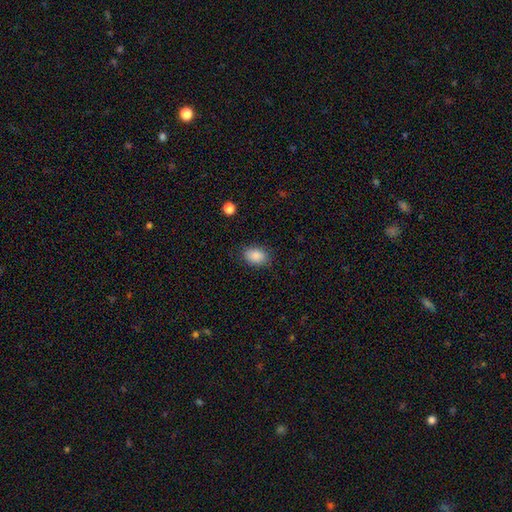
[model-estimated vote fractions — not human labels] Overall: smooth (88%). How rounded: in between (81%). Merging: none (84%).